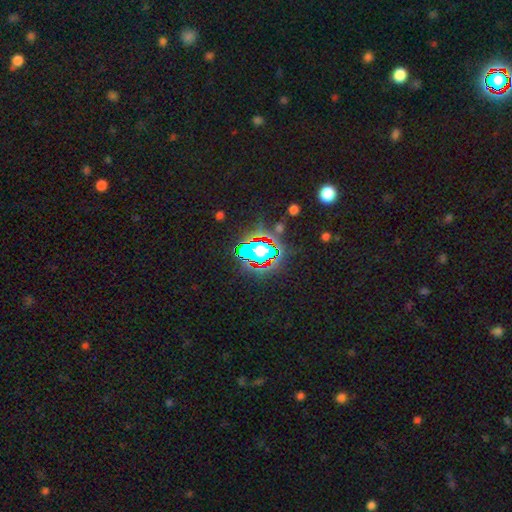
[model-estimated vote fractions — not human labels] Smooth or featured?
  - star or artifact: 68% *
  - smooth: 19%
  - featured or disk: 13%